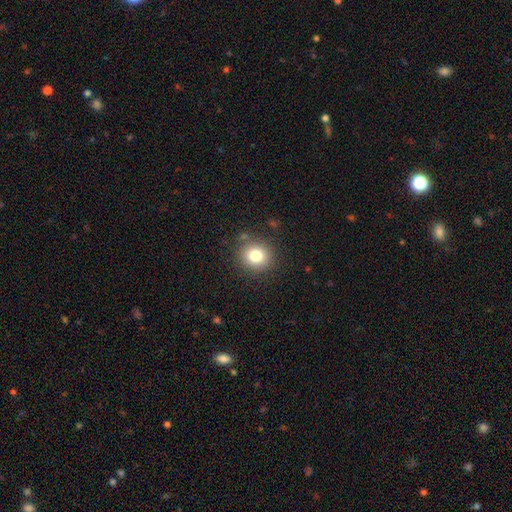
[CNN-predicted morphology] A smooth galaxy with no disk features (79%) that is round (86%).

Vote fractions:
- Smooth or featured? smooth: 79% / star or artifact: 12% / featured or disk: 9%
- How rounded? round: 86% / in between: 13% / cigar-shaped: 1%
- Merging? none: 86% / minor disturbance: 9% / major disturbance: 3% / merger: 2%